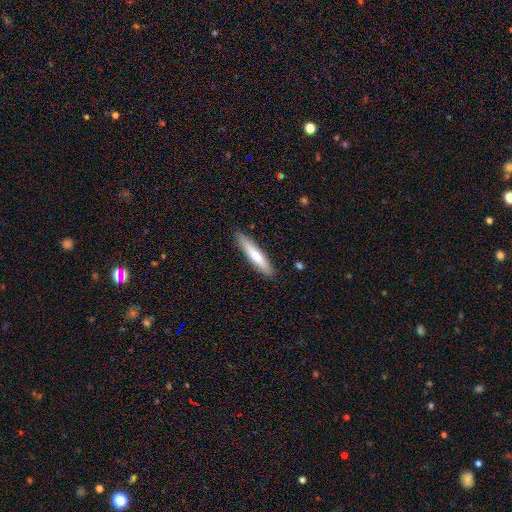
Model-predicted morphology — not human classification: smooth 68%, featured or disk 27%, star or artifact 5%. Down the decision tree: how rounded — cigar-shaped (89%); merging — none (89%).